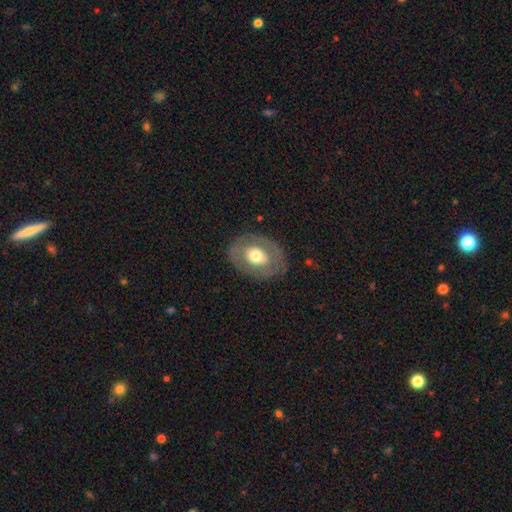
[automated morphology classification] The model was most divided on "smooth or featured": smooth: 49%, featured or disk: 44%, star or artifact: 6%. More confident: merging — none (79%).